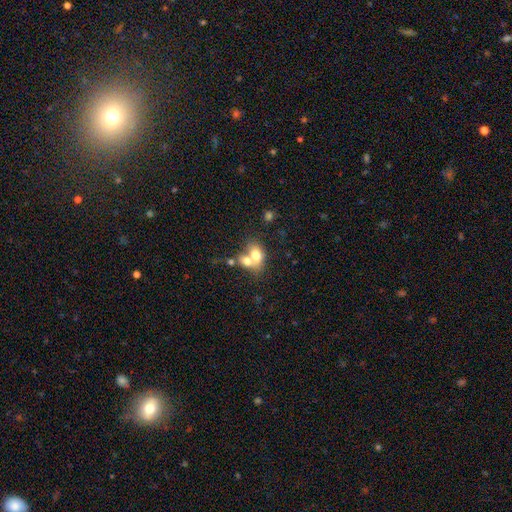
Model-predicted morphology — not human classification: Smooth or featured: smooth — 70% (featured or disk — 21%)
How rounded: in between — 67% (round — 31%)
Merging: merger — 68% (none — 21%)